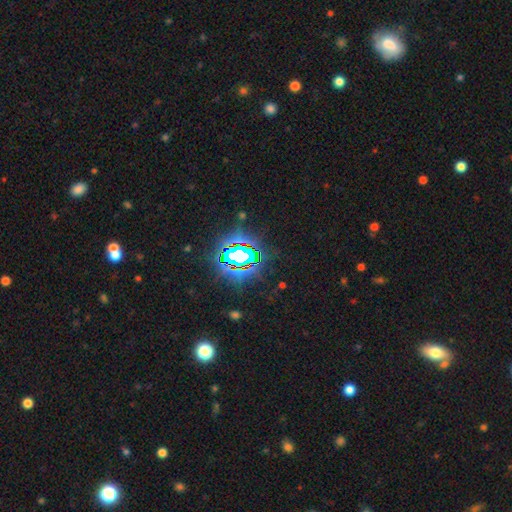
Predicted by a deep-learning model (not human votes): This is clearly a star or artifact rather than a galaxy (83%).